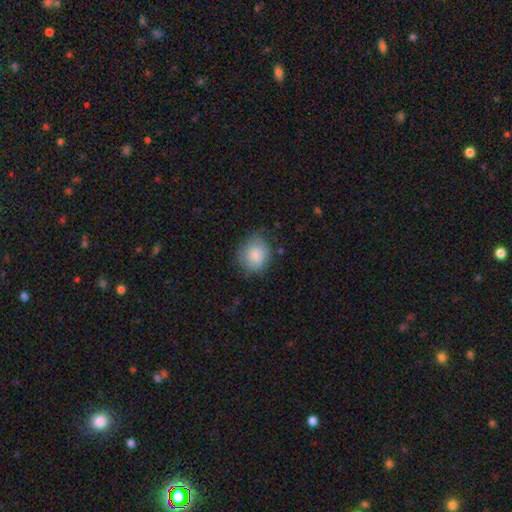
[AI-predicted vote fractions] Overall: smooth (76%). How rounded: round (75%). Merging: none (65%; minor disturbance 26%).